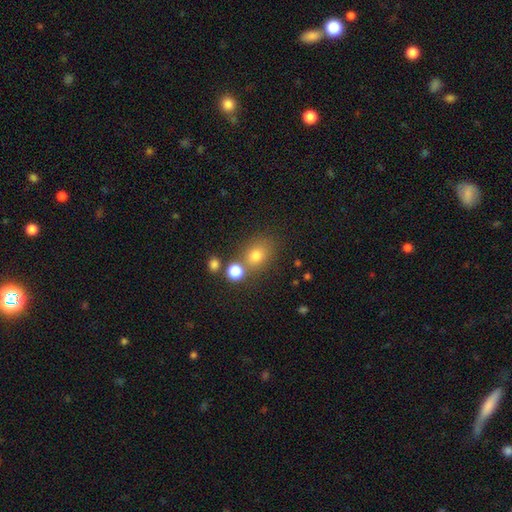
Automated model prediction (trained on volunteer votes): smooth-or-featured: smooth: 75% | star or artifact: 16% | featured or disk: 9%
  how-rounded: round: 63% | in between: 36% | cigar-shaped: 1%
  merging: none: 65% | merger: 19% | minor disturbance: 12% | major disturbance: 5%